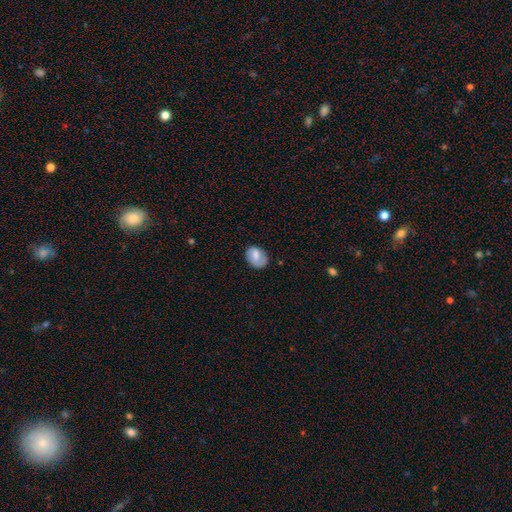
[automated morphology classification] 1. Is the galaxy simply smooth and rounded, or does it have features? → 72% smooth, 20% featured or disk, 7% star or artifact.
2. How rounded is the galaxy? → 70% in between, 29% round, 1% cigar-shaped.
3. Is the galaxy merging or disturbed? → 68% none, 23% minor disturbance, 7% major disturbance, 2% merger.